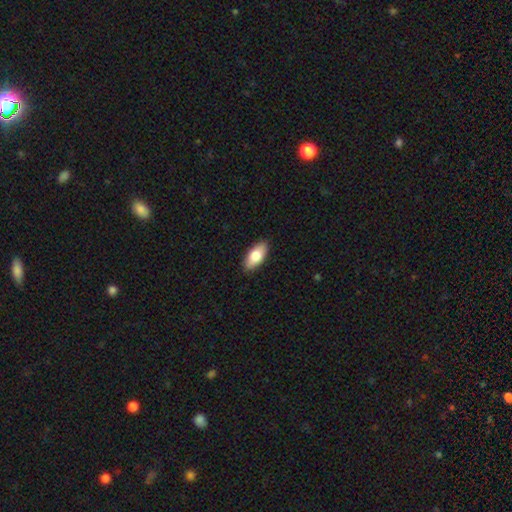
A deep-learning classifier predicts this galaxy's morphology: smooth-or-featured: smooth: 80% | featured or disk: 14% | star or artifact: 6%
  how-rounded: in between: 89% | cigar-shaped: 9% | round: 3%
  merging: none: 89% | minor disturbance: 9% | major disturbance: 2% | merger: 1%